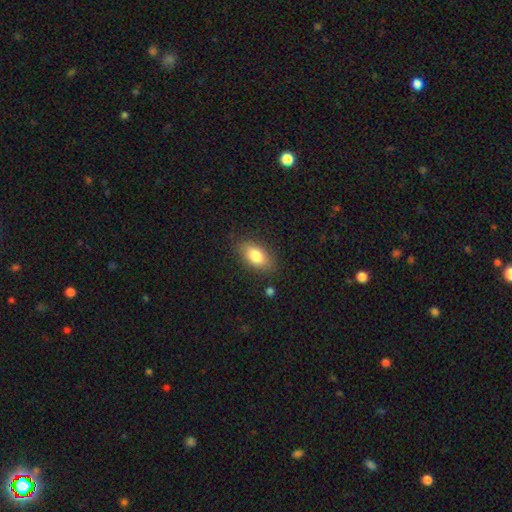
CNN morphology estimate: A smooth galaxy with no disk features (82%) that is in between round and cigar-shaped (89%). Merging: none (82%).